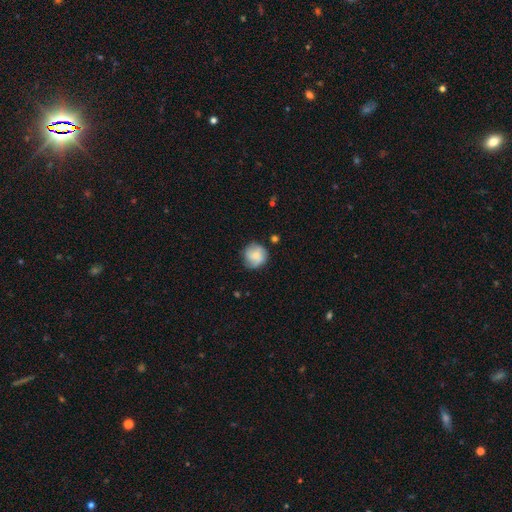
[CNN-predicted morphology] Q: Smooth or featured?
A: smooth (64%); runner-up: featured or disk (28%)
Q: How rounded?
A: round (91%); runner-up: in between (8%)
Q: Merging?
A: none (74%); runner-up: minor disturbance (18%)